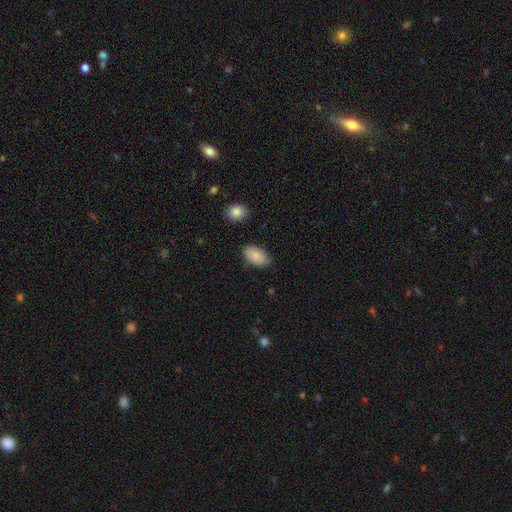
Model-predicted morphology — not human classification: This is clearly a smooth galaxy (87%). How rounded: clearly in between (93%). Merging: clearly none (82%).